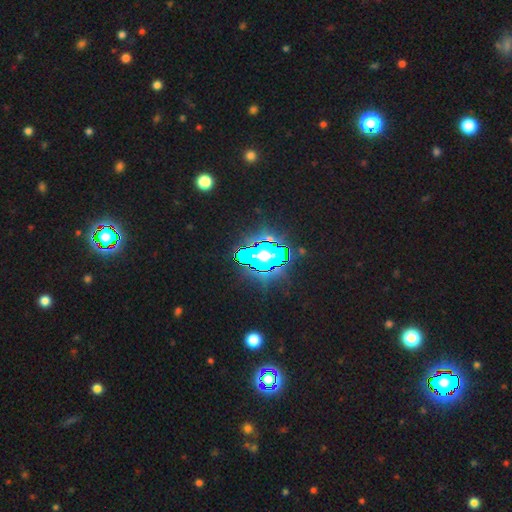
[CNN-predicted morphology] Overall: star or artifact (79%).